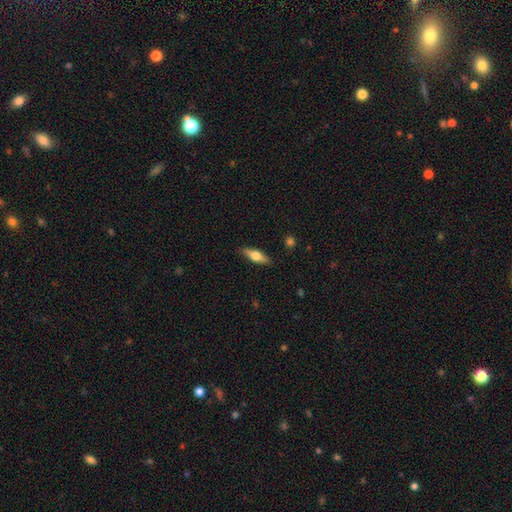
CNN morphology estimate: Q: Smooth or featured?
A: smooth (57%); runner-up: featured or disk (37%)
Q: How rounded?
A: cigar-shaped (51%); runner-up: in between (46%)
Q: Merging?
A: none (88%); runner-up: minor disturbance (9%)